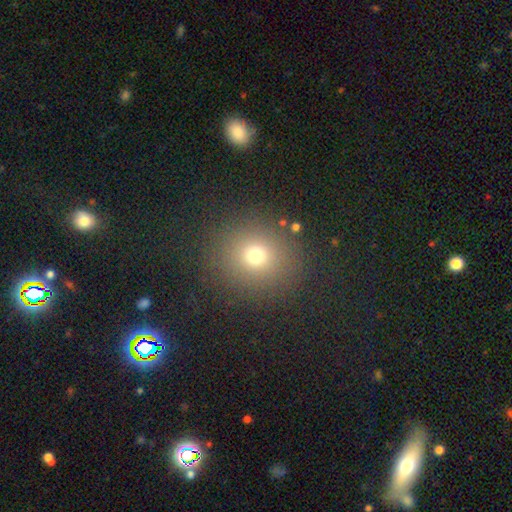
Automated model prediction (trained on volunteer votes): Smooth or featured: smooth — 71% (star or artifact — 19%)
How rounded: round — 86% (in between — 13%)
Merging: none — 87% (minor disturbance — 7%)